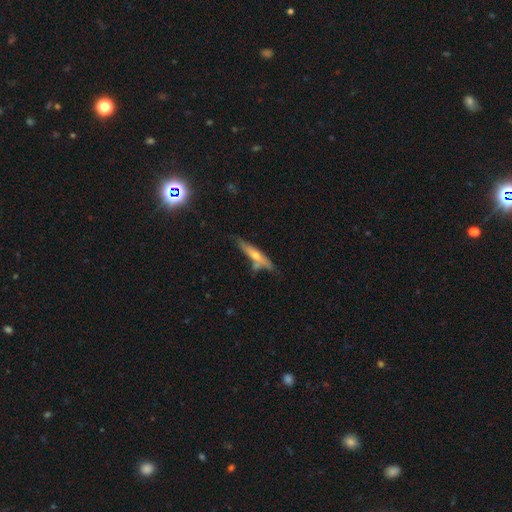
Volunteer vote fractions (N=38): smooth-or-featured: featured or disk: 47% | smooth: 42% | star or artifact: 11%
  disk-edge-on: yes: 89% | no: 11%
    edge-on-bulge: rounded: 88% | boxy: 6% | none: 6%
  merging: none: 47% | minor disturbance: 35% | major disturbance: 12% | merger: 6%